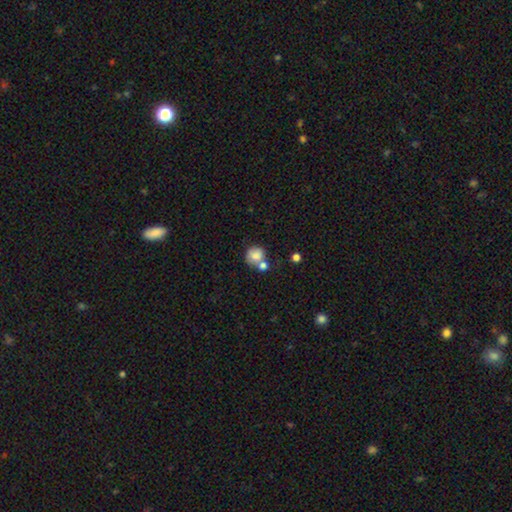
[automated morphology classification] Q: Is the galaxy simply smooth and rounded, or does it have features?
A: smooth — 79%.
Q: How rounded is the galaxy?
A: round — 79%.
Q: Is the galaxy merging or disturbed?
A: none — 41%.